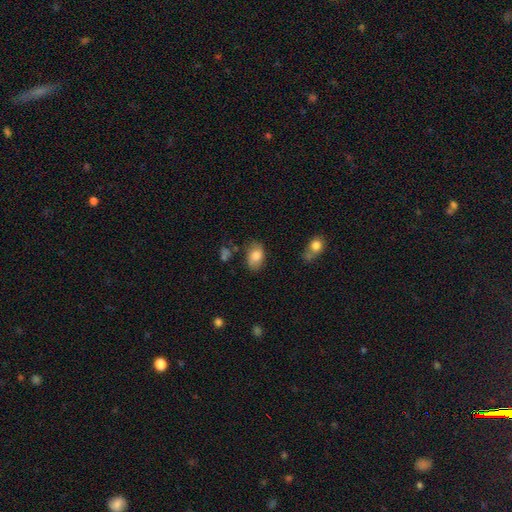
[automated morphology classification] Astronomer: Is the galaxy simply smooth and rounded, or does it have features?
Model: smooth — 80%.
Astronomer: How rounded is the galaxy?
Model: in between — 87%.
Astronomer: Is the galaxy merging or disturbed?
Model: none — 74%.